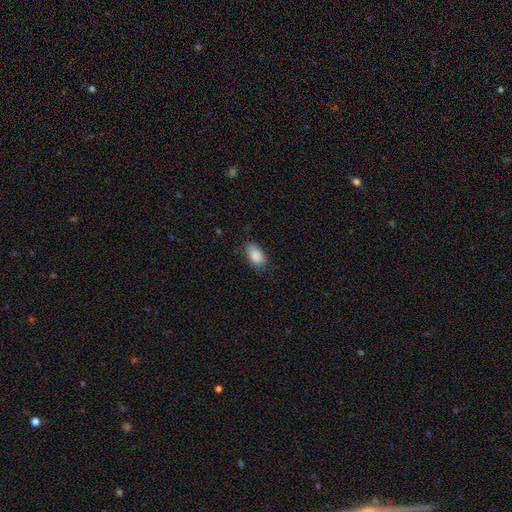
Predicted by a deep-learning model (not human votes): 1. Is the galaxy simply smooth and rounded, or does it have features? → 88% smooth, 7% star or artifact, 5% featured or disk.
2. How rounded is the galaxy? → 92% in between, 5% round, 2% cigar-shaped.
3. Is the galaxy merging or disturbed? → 75% none, 20% minor disturbance, 4% major disturbance, 1% merger.